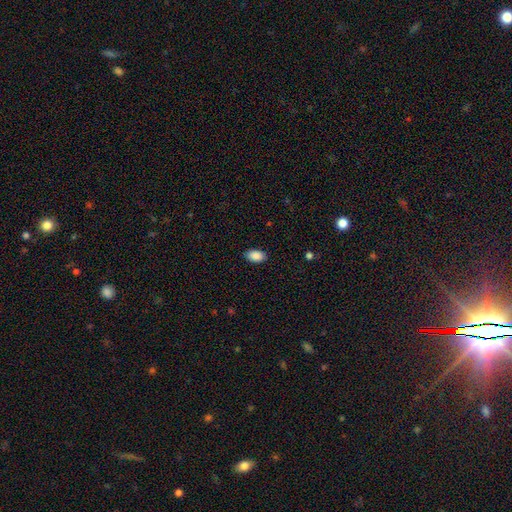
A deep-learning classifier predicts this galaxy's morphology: smooth 90%, star or artifact 7%, featured or disk 3%. Down the decision tree: how rounded — in between (92%); merging — none (88%).